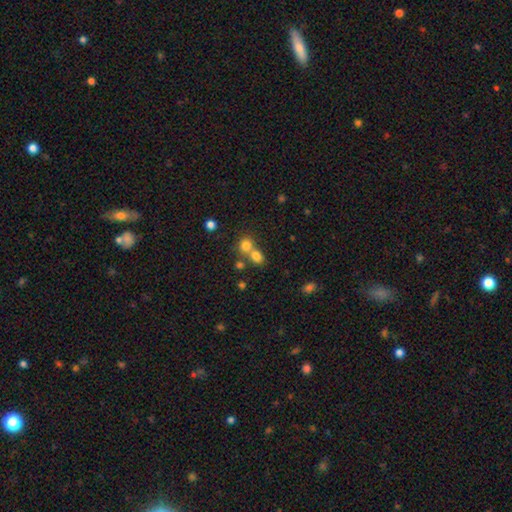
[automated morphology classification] smooth_or_featured: smooth (p=0.77) [alt: star or artifact p=0.14]
how_rounded: round (p=0.65) [alt: in between p=0.34]
merging: merger (p=0.50) [alt: none p=0.40]